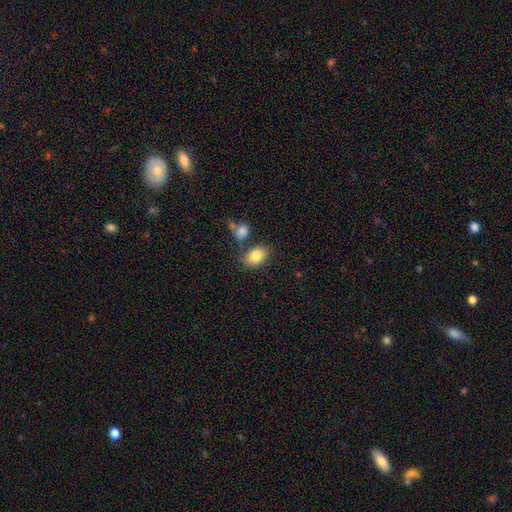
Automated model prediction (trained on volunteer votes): Smooth or featured?
  - smooth: 83% *
  - featured or disk: 9%
  - star or artifact: 8%
How rounded?
  - in between: 81% *
  - round: 18%
  - cigar-shaped: 1%
Merging?
  - none: 69% *
  - minor disturbance: 14%
  - merger: 13%
  - major disturbance: 4%